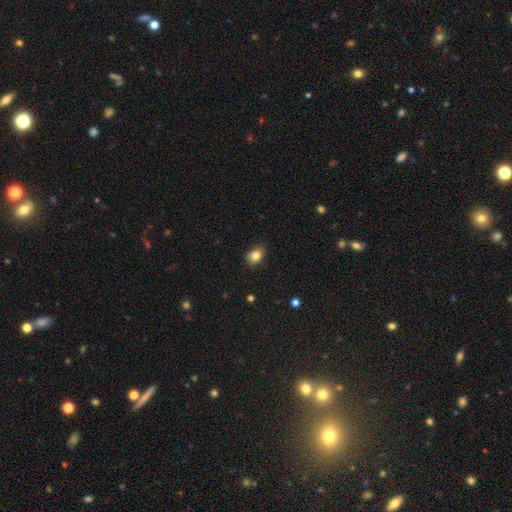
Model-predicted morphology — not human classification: The model was most divided on "how rounded": in between: 67%, round: 32%, cigar-shaped: 1%. More confident: smooth or featured — smooth (84%); merging — none (80%).